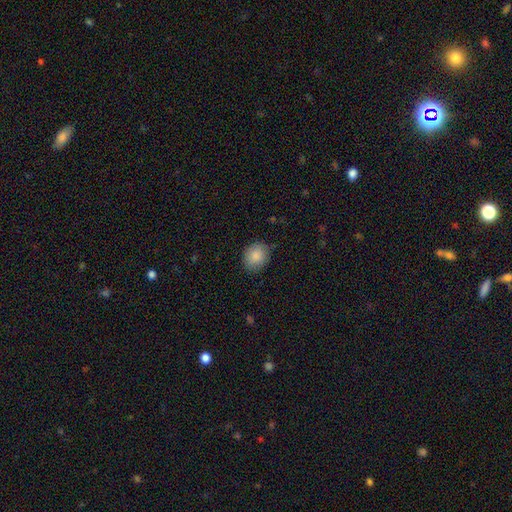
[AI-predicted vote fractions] Smooth or featured?
  - smooth: 87% *
  - star or artifact: 7%
  - featured or disk: 6%
How rounded?
  - round: 56% *
  - in between: 43%
  - cigar-shaped: 1%
Merging?
  - none: 80% *
  - minor disturbance: 16%
  - major disturbance: 3%
  - merger: 1%